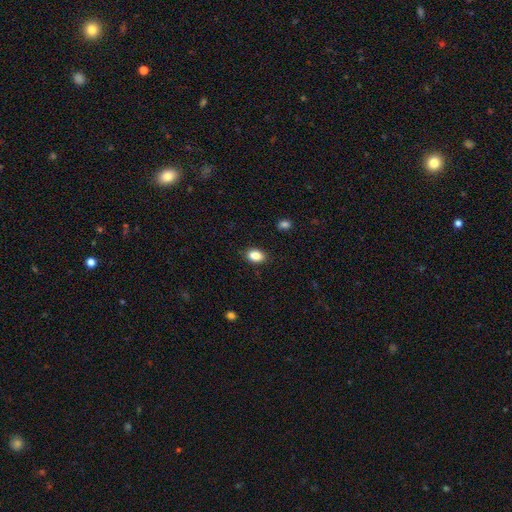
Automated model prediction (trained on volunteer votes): Morphology: type=smooth (87%); roundness=in between (79%); merging=none (86%).